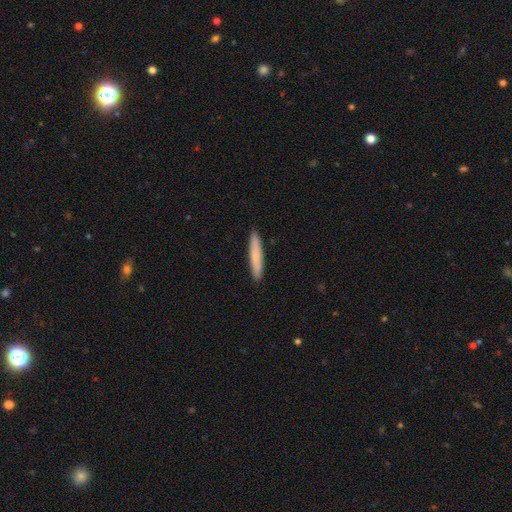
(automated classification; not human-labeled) Smooth or featured?
  - smooth: 77% *
  - featured or disk: 18%
  - star or artifact: 6%
How rounded?
  - cigar-shaped: 94% *
  - in between: 5%
  - round: 1%
Merging?
  - none: 91% *
  - minor disturbance: 6%
  - major disturbance: 1%
  - merger: 1%